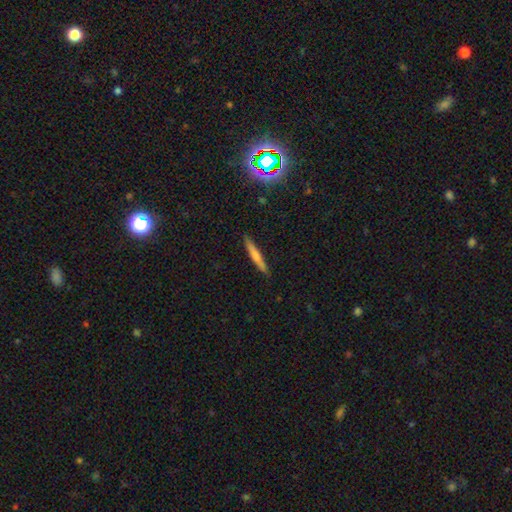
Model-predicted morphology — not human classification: This appears to be a smooth galaxy with no disk features (60%) that is cigar-shaped (94%). Merging: none (88%).